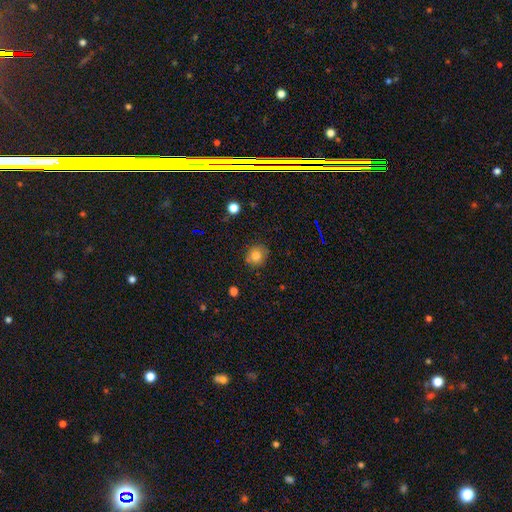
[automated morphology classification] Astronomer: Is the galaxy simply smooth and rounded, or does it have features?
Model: smooth — 80%.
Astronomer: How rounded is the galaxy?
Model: round — 81%.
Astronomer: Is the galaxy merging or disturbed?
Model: none — 79%.